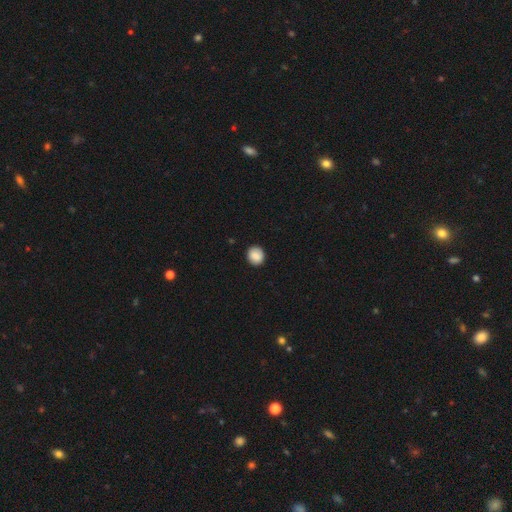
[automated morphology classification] Q: Smooth or featured?
A: smooth (87%); runner-up: star or artifact (8%)
Q: How rounded?
A: round (84%); runner-up: in between (15%)
Q: Merging?
A: none (90%); runner-up: minor disturbance (7%)